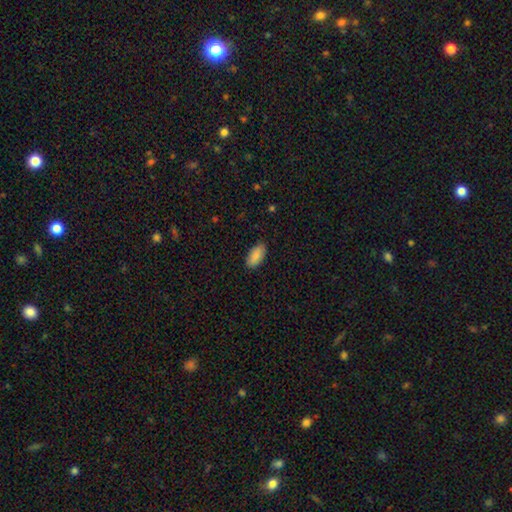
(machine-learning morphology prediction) Overall: smooth (88%). How rounded: in between (92%). Merging: none (87%).